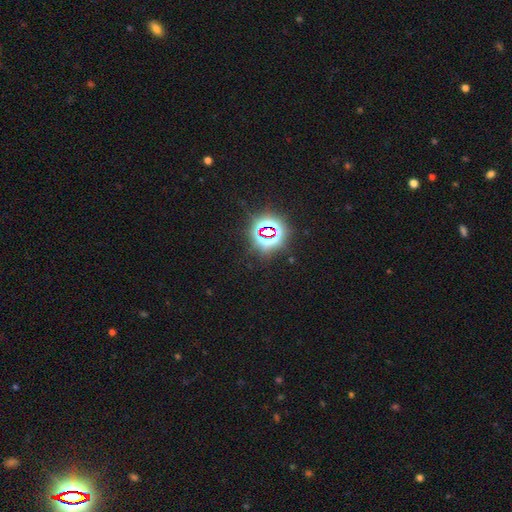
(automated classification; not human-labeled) star or artifact 82%, smooth 11%, featured or disk 7%.